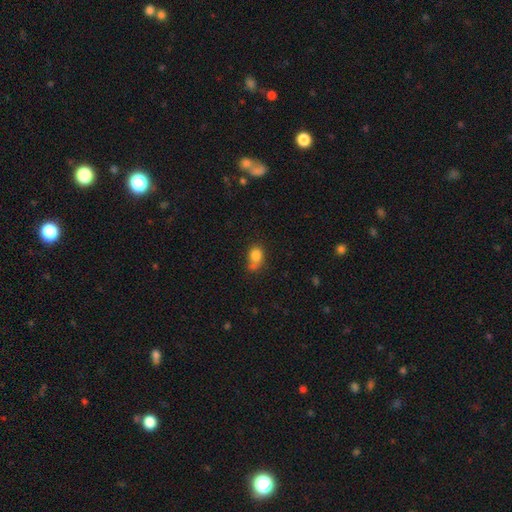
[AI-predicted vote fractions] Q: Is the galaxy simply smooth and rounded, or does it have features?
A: smooth — 81%.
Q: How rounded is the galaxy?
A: in between — 56%.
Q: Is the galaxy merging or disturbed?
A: none — 43%.